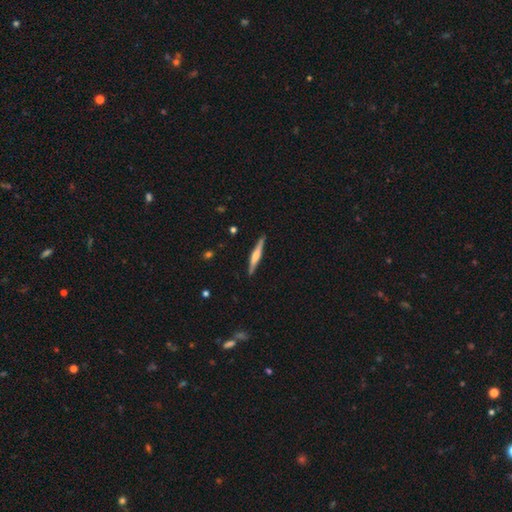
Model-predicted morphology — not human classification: Q: Smooth or featured?
A: featured or disk (59%); runner-up: smooth (36%)
Q: Edge-on disk?
A: yes (97%); runner-up: no (3%)
Q: Edge-on bulge?
A: rounded (62%); runner-up: boxy (22%)
Q: Merging?
A: none (89%); runner-up: minor disturbance (8%)